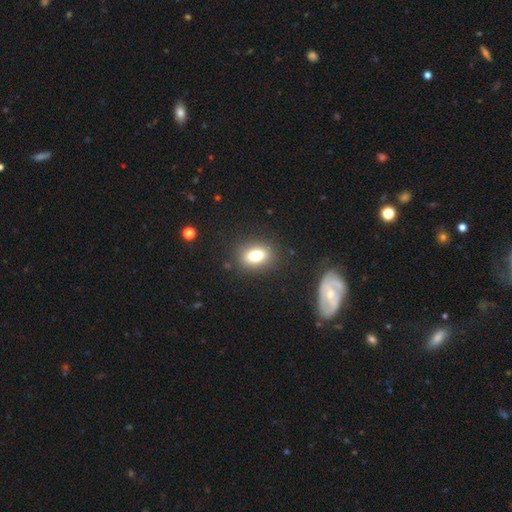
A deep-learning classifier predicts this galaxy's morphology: A smooth galaxy with no disk features (76%) that is in between round and cigar-shaped (71%).

Vote fractions:
- Smooth or featured? smooth: 76% / featured or disk: 12% / star or artifact: 12%
- How rounded? in between: 71% / round: 26% / cigar-shaped: 2%
- Merging? none: 85% / minor disturbance: 10% / major disturbance: 3% / merger: 2%